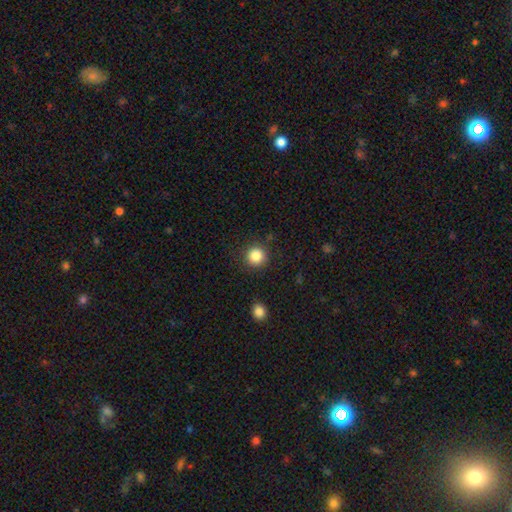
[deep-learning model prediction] Overall: smooth (85%). How rounded: round (94%). Merging: none (89%).